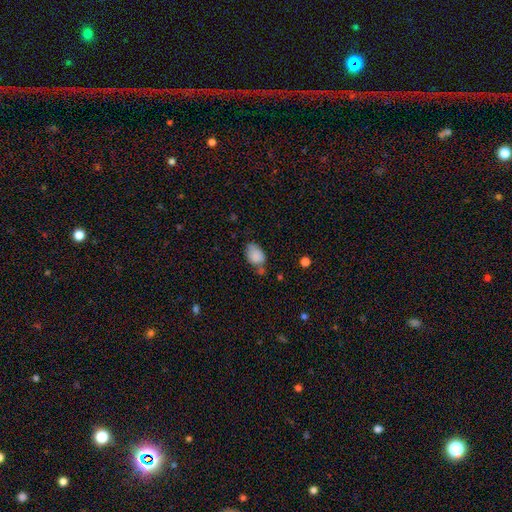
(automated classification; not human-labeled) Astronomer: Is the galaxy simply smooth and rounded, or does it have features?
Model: smooth — 83%.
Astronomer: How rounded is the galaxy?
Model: in between — 79%.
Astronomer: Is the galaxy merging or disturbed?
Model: none — 42% (runner-up: minor disturbance, 33%).